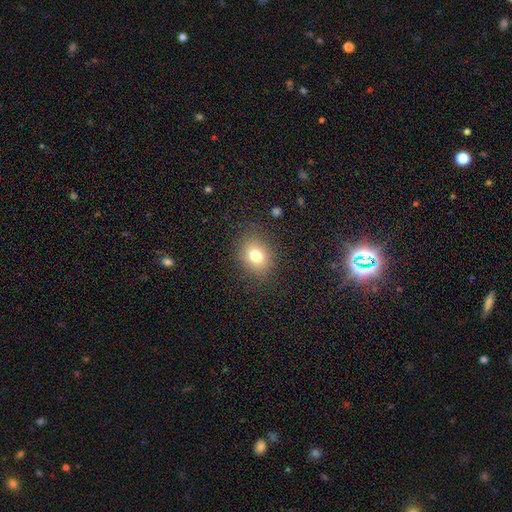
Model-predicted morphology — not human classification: This is likely a smooth galaxy (78%). How rounded: possibly in between (55%). Merging: clearly none (82%).